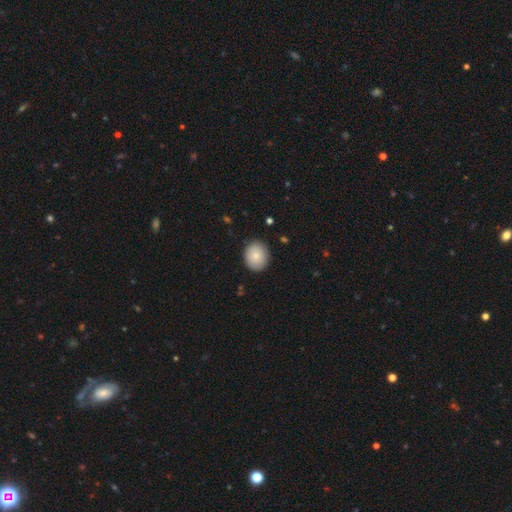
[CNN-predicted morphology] Overall: smooth (85%). How rounded: round (62%; in between 38%). Merging: none (87%).